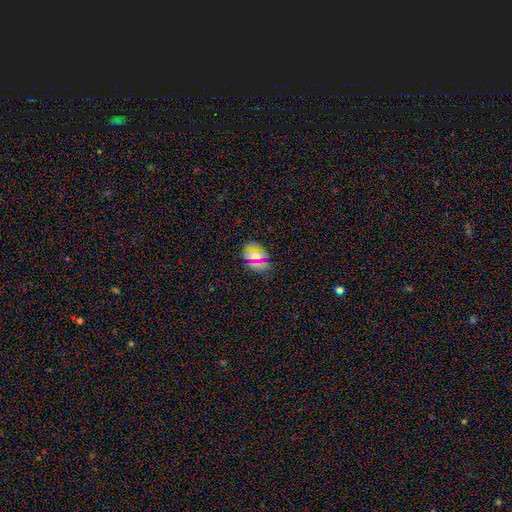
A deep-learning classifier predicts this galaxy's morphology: smooth_or_featured: smooth (p=0.58) [alt: star or artifact p=0.28]
how_rounded: in between (p=0.55) [alt: round p=0.41]
merging: none (p=0.82) [alt: minor disturbance p=0.12]